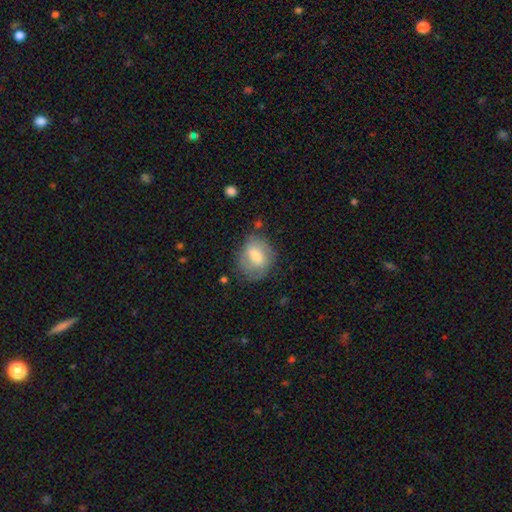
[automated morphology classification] Smooth or featured: smooth — 56% (featured or disk — 36%)
How rounded: round — 50% (in between — 48%)
Merging: none — 65% (minor disturbance — 24%)